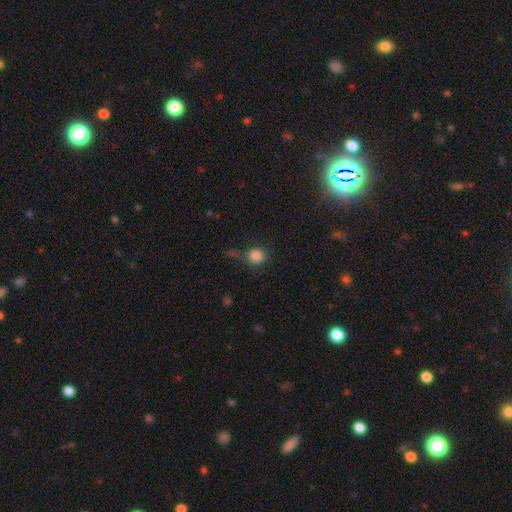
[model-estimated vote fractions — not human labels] A smooth galaxy with no disk features (84%) that is round (85%).

Vote fractions:
- Smooth or featured? smooth: 84% / star or artifact: 12% / featured or disk: 4%
- How rounded? round: 85% / in between: 14% / cigar-shaped: 1%
- Merging? none: 71% / minor disturbance: 16% / major disturbance: 7% / merger: 7%